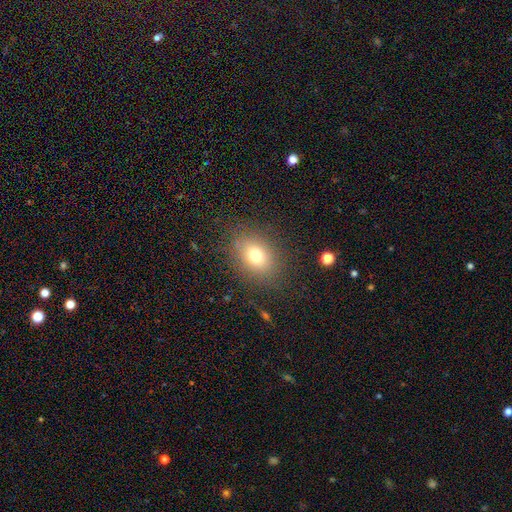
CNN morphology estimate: Smooth or featured? smooth (74%)
How rounded? in between (57%)
Merging? none (82%)